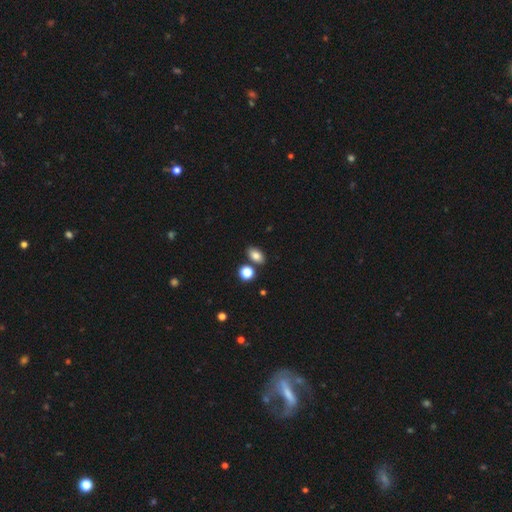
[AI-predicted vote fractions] Morphology: type=smooth (82%); roundness=in between (85%); merging=none (78%).